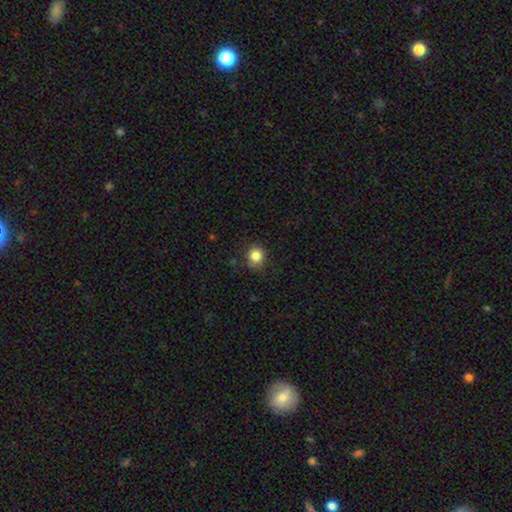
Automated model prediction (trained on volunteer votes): smooth 85%, star or artifact 11%, featured or disk 5%. Down the decision tree: how rounded — round (82%); merging — none (82%).